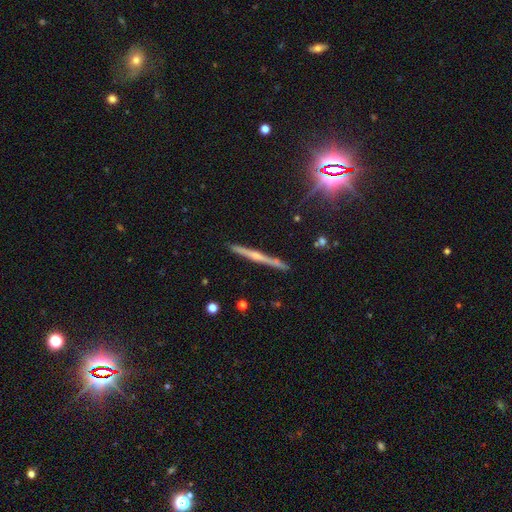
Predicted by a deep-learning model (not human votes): smooth_or_featured: featured or disk (p=0.67) [alt: smooth p=0.23]
disk_edge_on: yes (p=0.98) [alt: no p=0.02]
edge_on_bulge: rounded (p=0.59) [alt: none p=0.33]
merging: none (p=0.90) [alt: minor disturbance p=0.07]